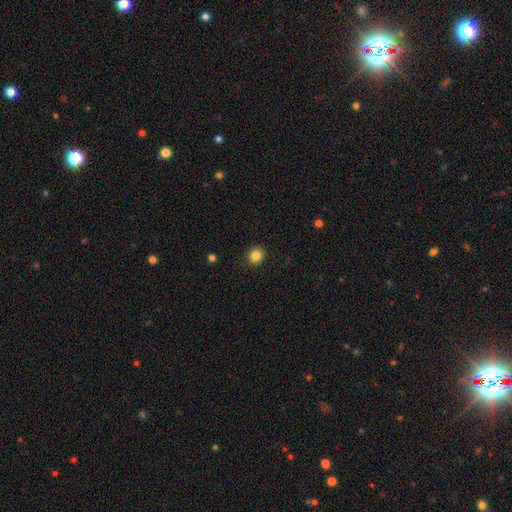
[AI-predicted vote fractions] smooth_or_featured: smooth (p=0.84) [alt: star or artifact p=0.11]
how_rounded: round (p=0.83) [alt: in between p=0.16]
merging: none (p=0.90) [alt: minor disturbance p=0.07]